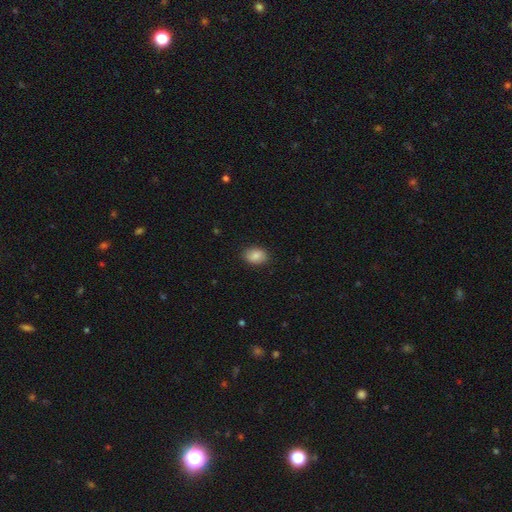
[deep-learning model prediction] A smooth galaxy with no disk features (86%) that is in between round and cigar-shaped (76%).

Vote fractions:
- Smooth or featured? smooth: 86% / star or artifact: 7% / featured or disk: 7%
- How rounded? in between: 76% / round: 23% / cigar-shaped: 1%
- Merging? none: 87% / minor disturbance: 9% / major disturbance: 2% / merger: 1%